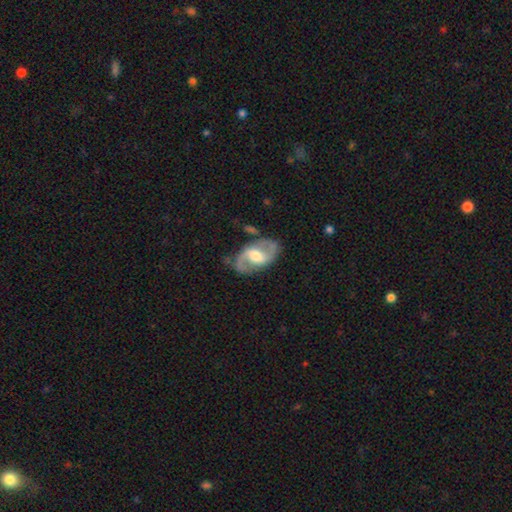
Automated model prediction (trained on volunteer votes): Overall: featured or disk (84%). Edge-on disk: no (97%). Bar: weak (49%; strong 26%). Spiral arms: yes (92%). Spiral arm count: 2 (92%). Spiral winding: medium (53%; loose 32%). Bulge size: moderate (63%). Merging: none (78%).